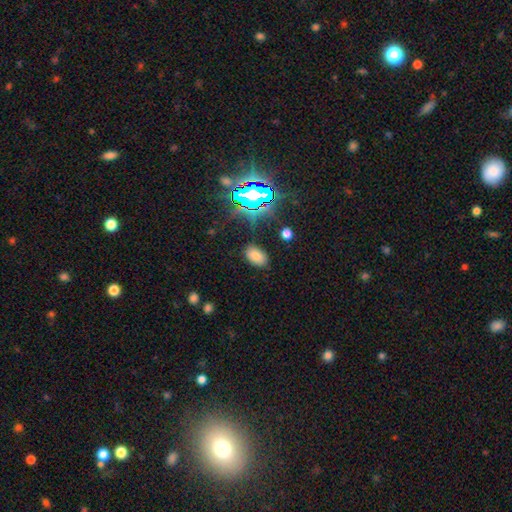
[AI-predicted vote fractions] A smooth galaxy with no disk features (71%) that is in between round and cigar-shaped (90%).

Vote fractions:
- Smooth or featured? smooth: 71% / star or artifact: 21% / featured or disk: 8%
- How rounded? in between: 90% / round: 8% / cigar-shaped: 1%
- Merging? none: 83% / minor disturbance: 12% / major disturbance: 4% / merger: 2%